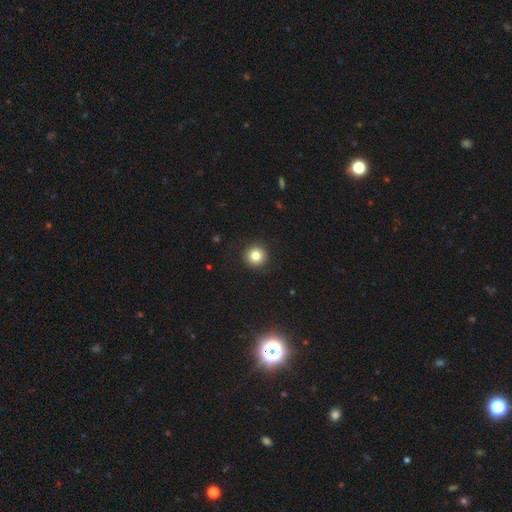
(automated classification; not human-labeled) A smooth galaxy with no disk features (82%) that is round (95%). Merging: none (92%).